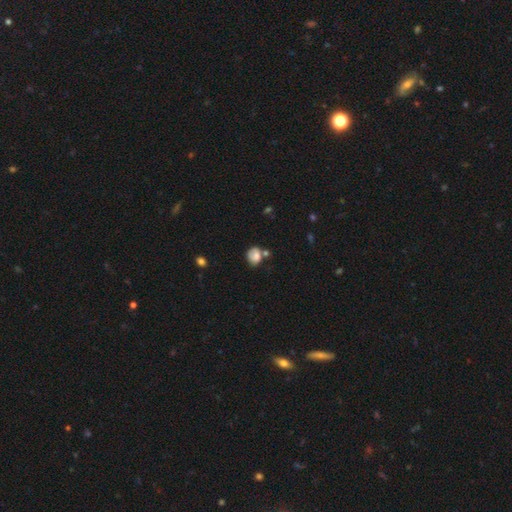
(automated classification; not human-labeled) smooth_or_featured: smooth (p=0.76) [alt: featured or disk p=0.14]
how_rounded: round (p=0.62) [alt: in between p=0.37]
merging: none (p=0.49) [alt: minor disturbance p=0.22]